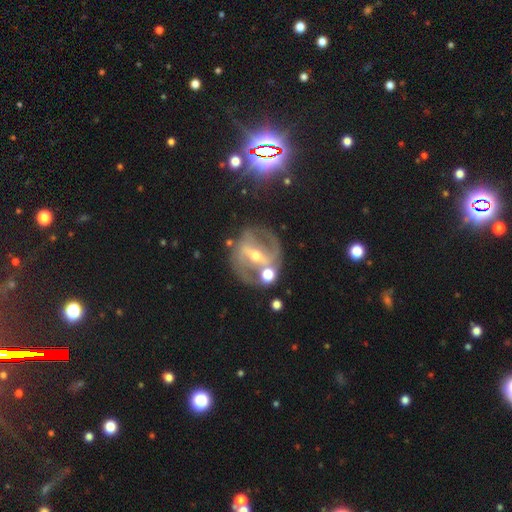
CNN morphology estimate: Overall: featured or disk (83%). Edge-on disk: no (94%). Bar: strong (66%). Spiral arms: yes (80%). Spiral arm count: 2 (80%). Spiral winding: medium (47%; tight 31%). Bulge size: moderate (55%; small 40%). Merging: none (67%).